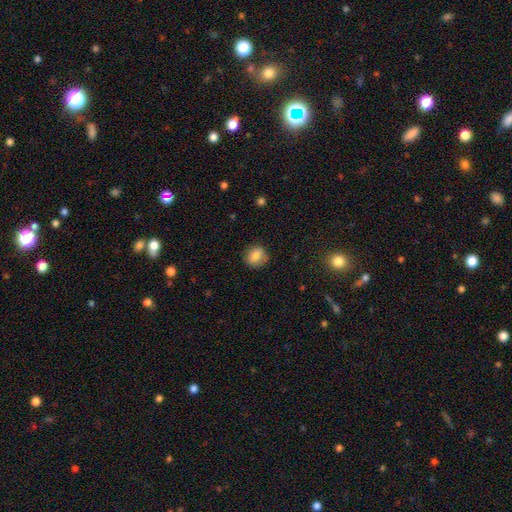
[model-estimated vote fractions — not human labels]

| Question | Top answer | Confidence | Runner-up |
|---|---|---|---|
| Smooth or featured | smooth | 80% | featured or disk (10%) |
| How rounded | round | 75% | in between (24%) |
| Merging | none | 81% | minor disturbance (14%) |